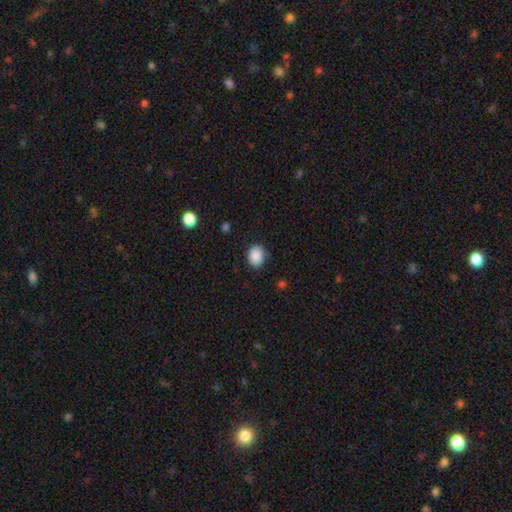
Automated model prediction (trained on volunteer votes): smooth 88%, star or artifact 8%, featured or disk 3%. Down the decision tree: how rounded — in between (50%); merging — none (80%).